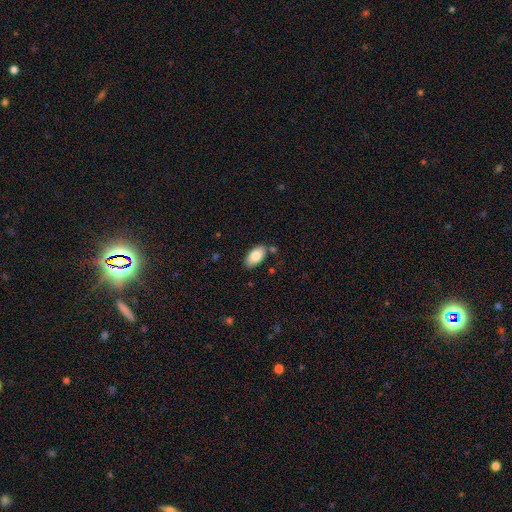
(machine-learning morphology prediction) A smooth galaxy with no disk features (82%) that is in between round and cigar-shaped (94%).

Vote fractions:
- Smooth or featured? smooth: 82% / featured or disk: 12% / star or artifact: 7%
- How rounded? in between: 94% / cigar-shaped: 3% / round: 3%
- Merging? none: 79% / minor disturbance: 13% / merger: 5% / major disturbance: 3%